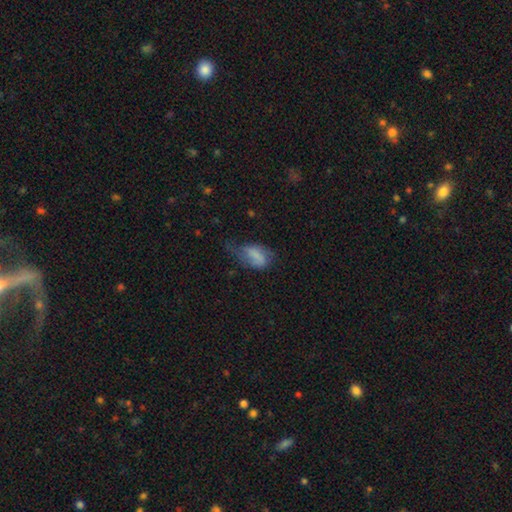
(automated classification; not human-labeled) Morphology: type=smooth (63%); roundness=in between (88%); merging=major disturbance (35%).